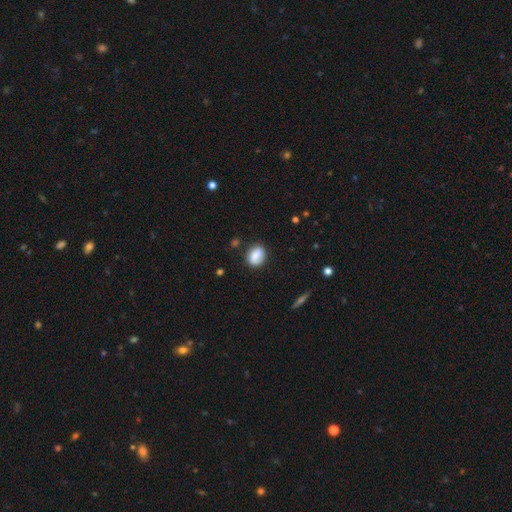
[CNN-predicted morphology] smooth-or-featured: smooth: 82% | featured or disk: 10% | star or artifact: 8%
  how-rounded: in between: 56% | round: 43% | cigar-shaped: 2%
  merging: none: 78% | minor disturbance: 15% | major disturbance: 4% | merger: 2%